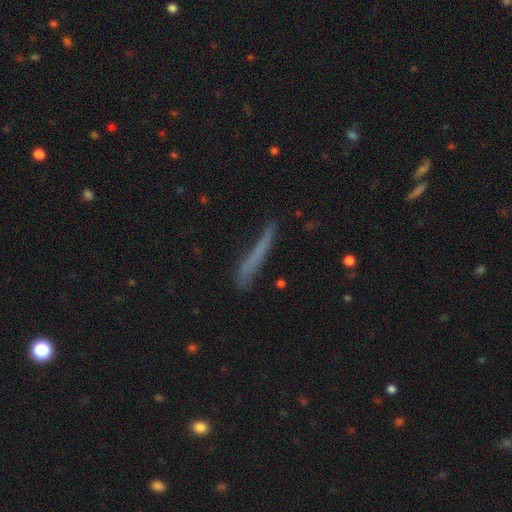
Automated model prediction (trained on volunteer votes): Q: Smooth or featured?
A: smooth (60%); runner-up: featured or disk (29%)
Q: How rounded?
A: cigar-shaped (94%); runner-up: in between (4%)
Q: Merging?
A: none (66%); runner-up: minor disturbance (23%)